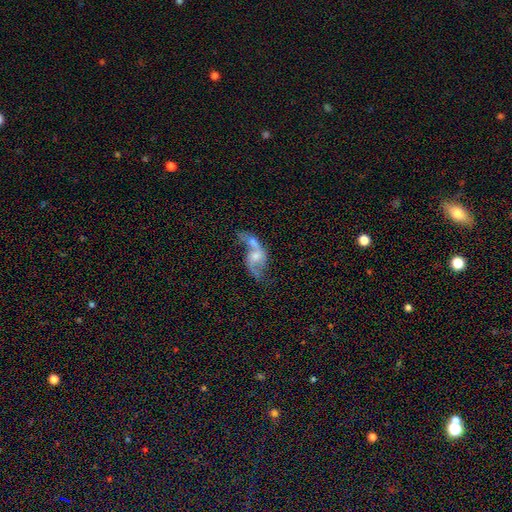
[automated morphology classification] featured or disk 72%, smooth 20%, star or artifact 8%. Down the decision tree: edge-on disk — no (95%); bar — no (56%); spiral arms — yes (82%); spiral arm count — 2 (80%); spiral winding — loose (71%); bulge size — moderate (47%); merging — merger (54%).